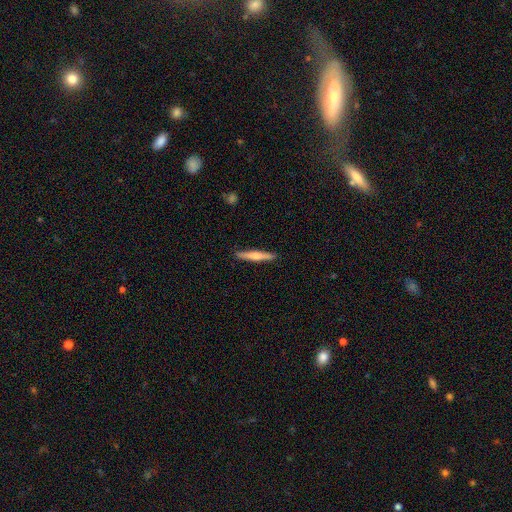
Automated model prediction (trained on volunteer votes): Smooth or featured: smooth — 51% (featured or disk — 44%)
How rounded: cigar-shaped — 93% (in between — 5%)
Merging: none — 91% (minor disturbance — 7%)